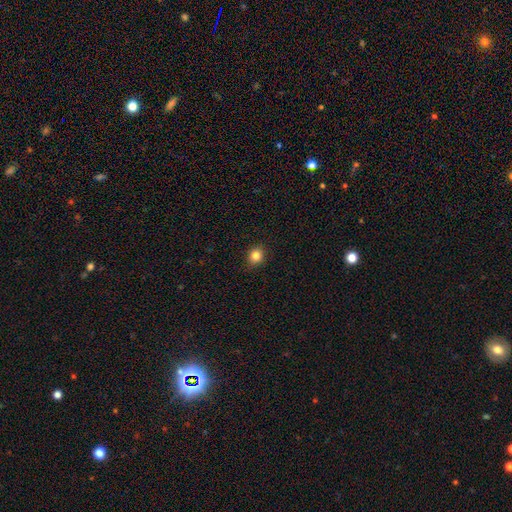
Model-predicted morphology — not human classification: This appears to be a smooth galaxy with no disk features (84%) that is round (74%). Merging: none (88%).